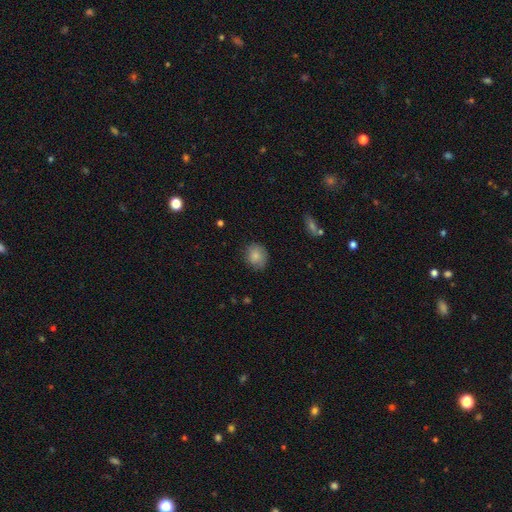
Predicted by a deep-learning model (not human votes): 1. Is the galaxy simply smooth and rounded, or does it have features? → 83% smooth, 8% star or artifact, 8% featured or disk.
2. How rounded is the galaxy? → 67% round, 32% in between, 1% cigar-shaped.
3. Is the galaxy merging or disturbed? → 78% none, 17% minor disturbance, 3% major disturbance, 1% merger.